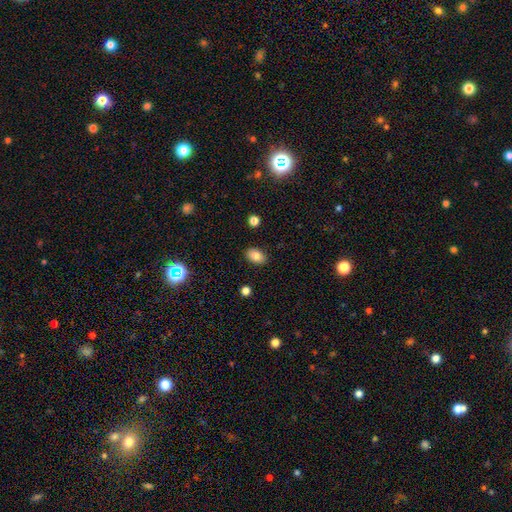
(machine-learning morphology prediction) This is clearly a smooth galaxy (82%). How rounded: clearly in between (86%). Merging: clearly none (88%).